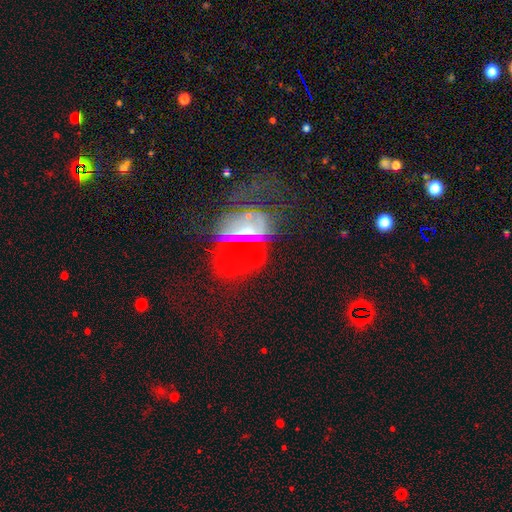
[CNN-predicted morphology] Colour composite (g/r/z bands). It shows a star or artifact, not a galaxy (48%).